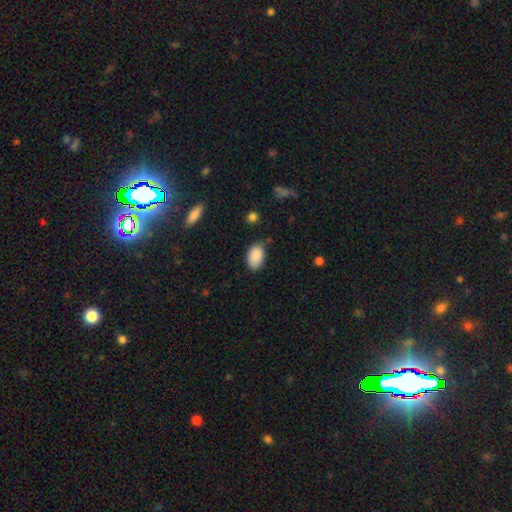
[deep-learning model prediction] smooth-or-featured: smooth: 89% | star or artifact: 7% | featured or disk: 4%
  how-rounded: in between: 92% | round: 7% | cigar-shaped: 1%
  merging: none: 74% | minor disturbance: 20% | major disturbance: 4% | merger: 2%